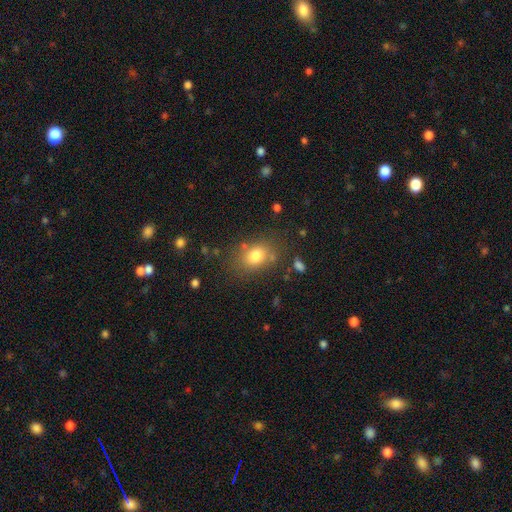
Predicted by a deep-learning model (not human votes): The model was most divided on "how rounded": in between: 60%, round: 39%, cigar-shaped: 1%. More confident: smooth or featured — smooth (78%); merging — none (75%).